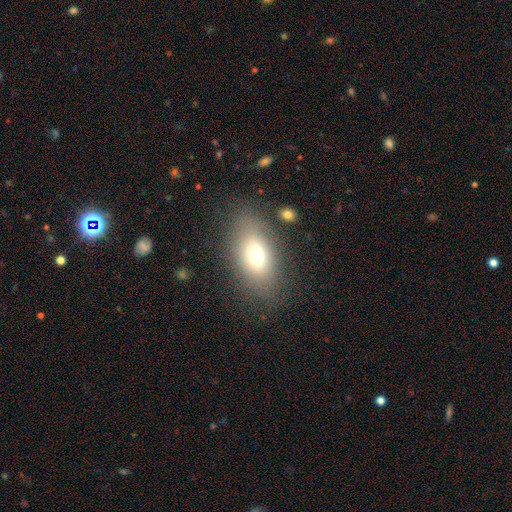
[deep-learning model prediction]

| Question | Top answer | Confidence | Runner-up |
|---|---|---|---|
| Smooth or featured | smooth | 70% | featured or disk (19%) |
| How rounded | in between | 86% | round (10%) |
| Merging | none | 78% | minor disturbance (13%) |